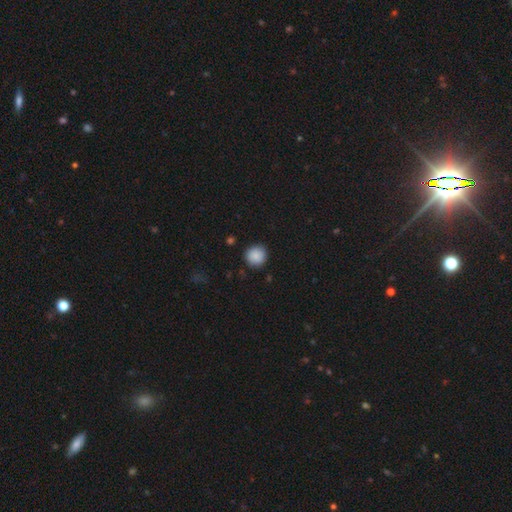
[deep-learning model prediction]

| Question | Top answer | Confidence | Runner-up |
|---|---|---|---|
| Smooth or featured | smooth | 89% | star or artifact (8%) |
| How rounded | round | 93% | in between (6%) |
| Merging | none | 88% | minor disturbance (9%) |